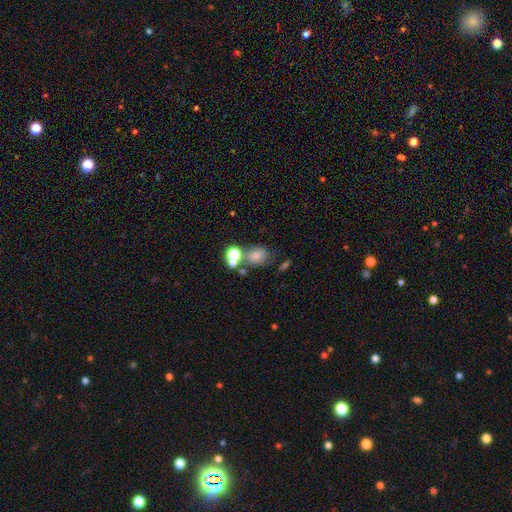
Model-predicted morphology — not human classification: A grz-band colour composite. It shows a smooth galaxy with no disk features (70%) that is round (51%). Merging: none (47%).